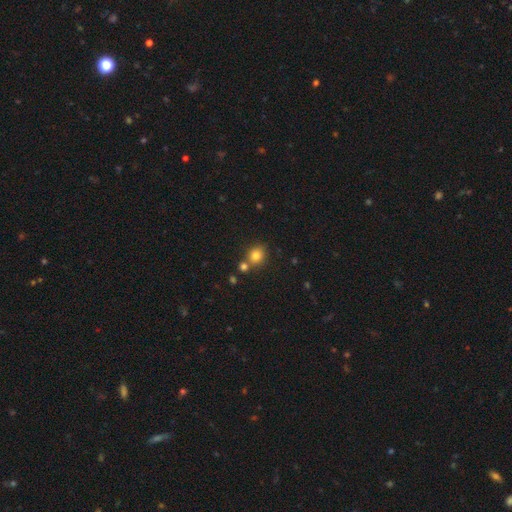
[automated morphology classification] smooth_or_featured: smooth (p=0.81) [alt: star or artifact p=0.12]
how_rounded: round (p=0.75) [alt: in between p=0.24]
merging: none (p=0.66) [alt: merger p=0.21]